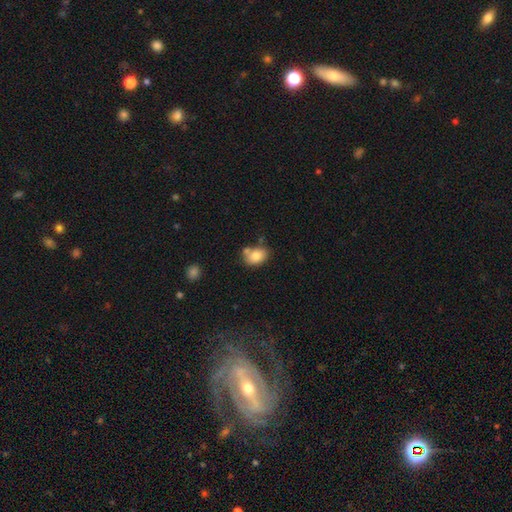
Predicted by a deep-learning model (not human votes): This appears to be a smooth galaxy with no disk features (80%) that is in between round and cigar-shaped (76%). Merging: none (59%).